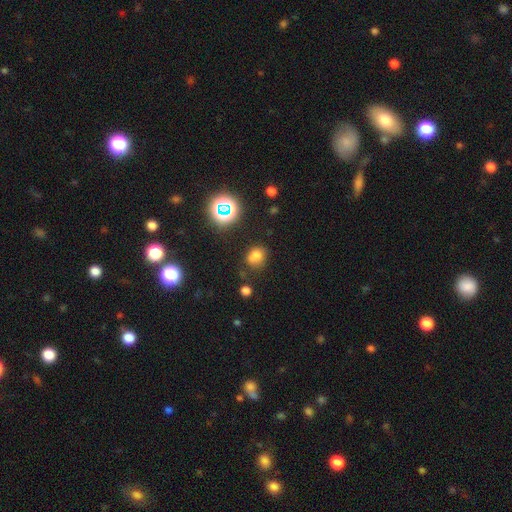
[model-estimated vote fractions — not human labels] smooth 70%, star or artifact 21%, featured or disk 9%. Down the decision tree: how rounded — round (55%); merging — none (64%).